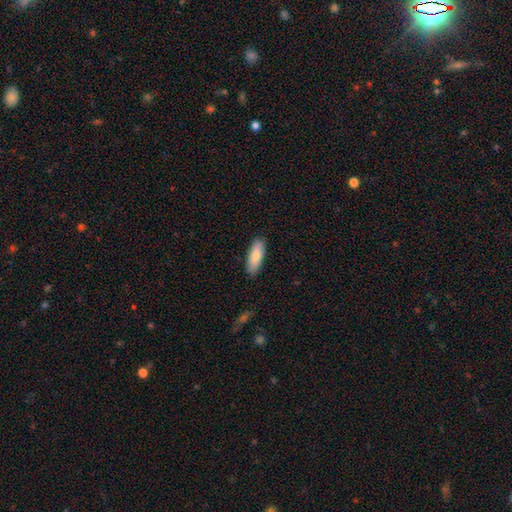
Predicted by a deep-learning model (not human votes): A smooth galaxy with no disk features (82%) that is in between round and cigar-shaped (64%).

Vote fractions:
- Smooth or featured? smooth: 82% / featured or disk: 12% / star or artifact: 6%
- How rounded? in between: 64% / cigar-shaped: 34% / round: 2%
- Merging? none: 87% / minor disturbance: 10% / major disturbance: 2% / merger: 1%